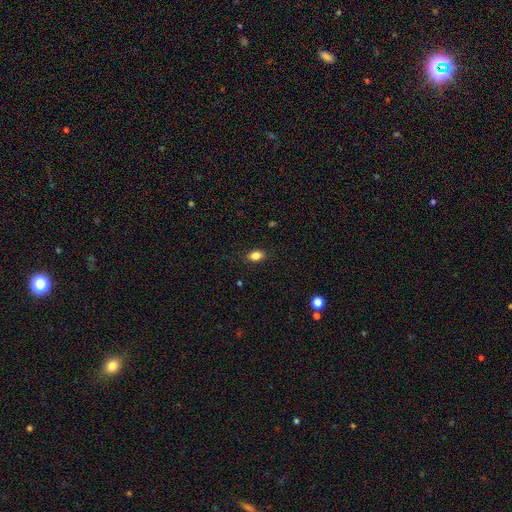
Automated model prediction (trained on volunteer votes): Overall: smooth (85%). How rounded: in between (81%). Merging: none (87%).